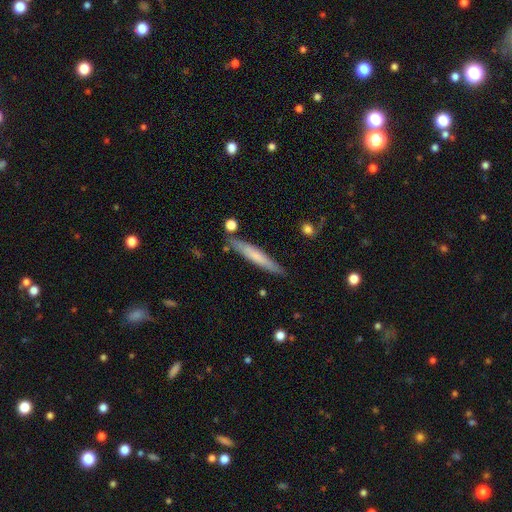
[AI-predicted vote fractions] This is possibly a smooth galaxy (60%). How rounded: clearly cigar-shaped (94%). Merging: clearly none (81%).